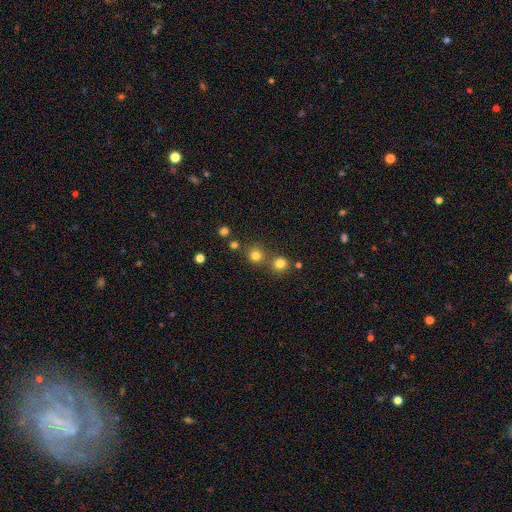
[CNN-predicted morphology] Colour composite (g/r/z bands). It shows a smooth galaxy with no disk features (78%) that is round (90%). Merging: none (69%).